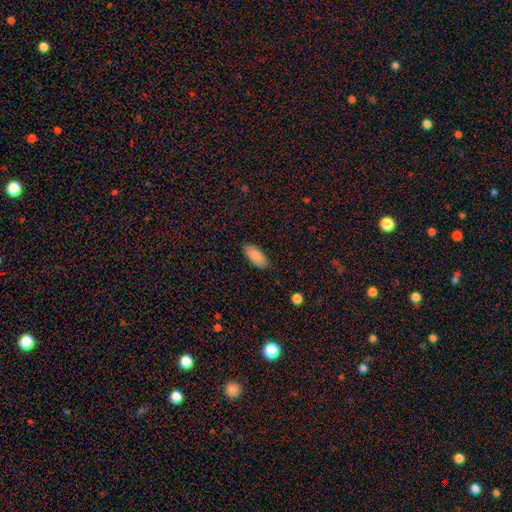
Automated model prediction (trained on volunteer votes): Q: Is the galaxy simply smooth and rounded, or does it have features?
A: smooth — 88%.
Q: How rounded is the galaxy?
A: in between — 86%.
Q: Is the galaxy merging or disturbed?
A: none — 86%.